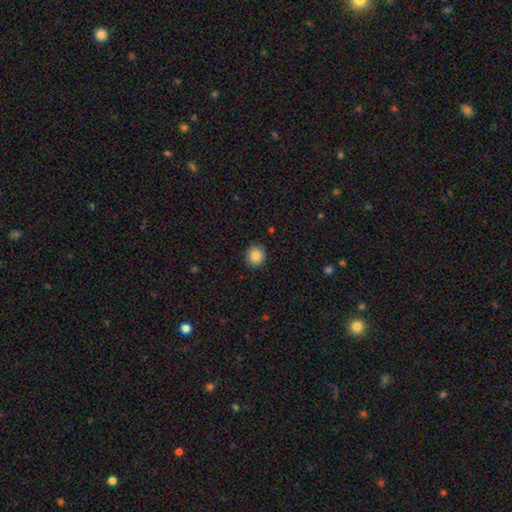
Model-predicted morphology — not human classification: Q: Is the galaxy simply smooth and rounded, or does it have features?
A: smooth — 87%.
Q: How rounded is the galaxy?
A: round — 86%.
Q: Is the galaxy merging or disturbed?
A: none — 91%.